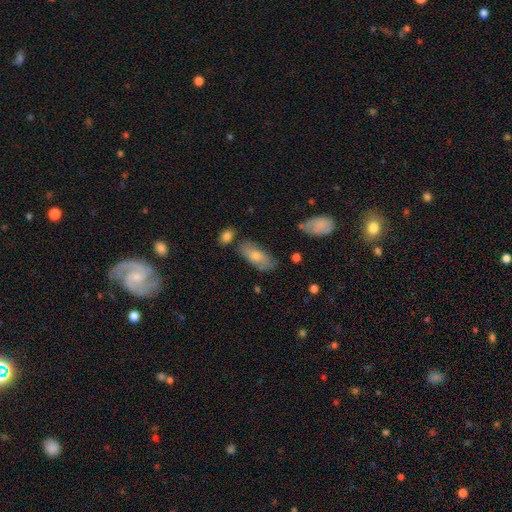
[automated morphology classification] The model was most divided on "smooth or featured": smooth: 64%, featured or disk: 27%, star or artifact: 8%. More confident: how rounded — in between (80%); merging — none (68%).